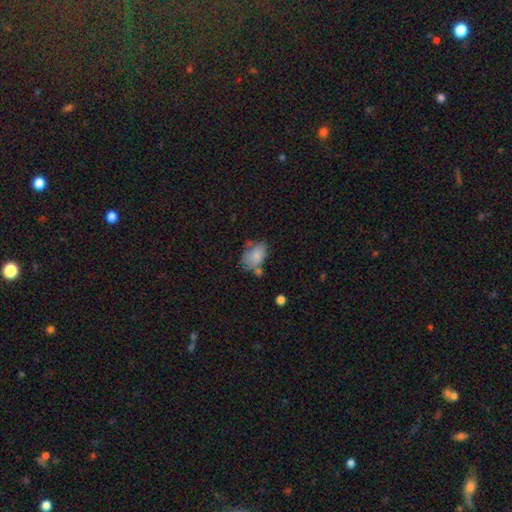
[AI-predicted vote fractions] Smooth or featured: smooth — 73% (featured or disk — 19%)
How rounded: in between — 82% (round — 17%)
Merging: none — 40% (minor disturbance — 29%)